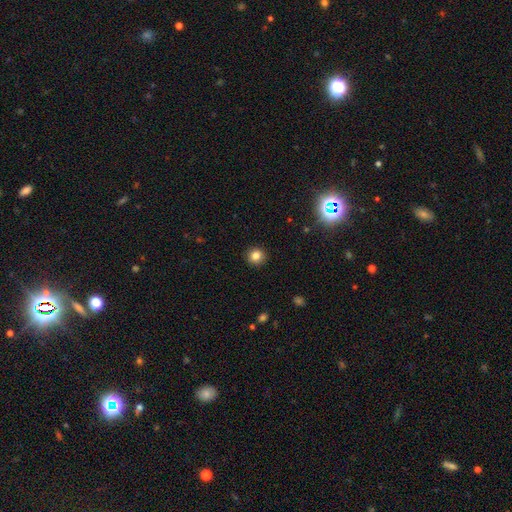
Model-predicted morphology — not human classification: smooth-or-featured: smooth: 82% | star or artifact: 12% | featured or disk: 6%
  how-rounded: round: 92% | in between: 7% | cigar-shaped: 1%
  merging: none: 92% | minor disturbance: 5% | major disturbance: 2% | merger: 1%